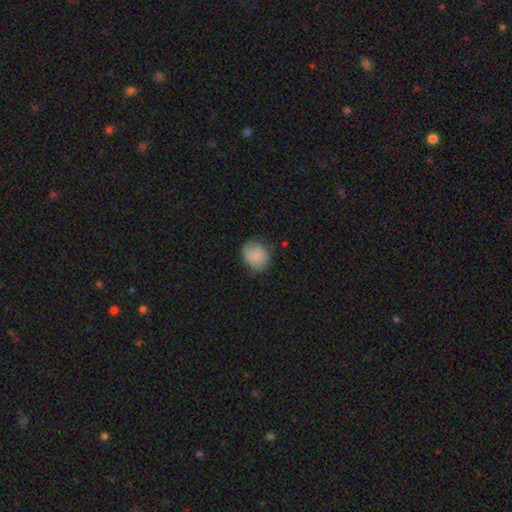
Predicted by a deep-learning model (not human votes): The model was most divided on "how rounded": round: 66%, in between: 33%, cigar-shaped: 1%. More confident: smooth or featured — smooth (83%); merging — none (74%).